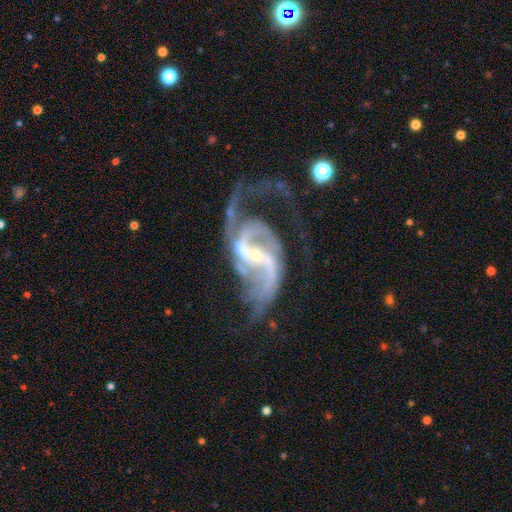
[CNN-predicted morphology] featured or disk 91%, star or artifact 6%, smooth 3%. Down the decision tree: edge-on disk — no (98%); bar — weak (39%); spiral arms — yes (97%); spiral arm count — 2 (77%); spiral winding — medium (46%); bulge size — small (69%); merging — none (40%).